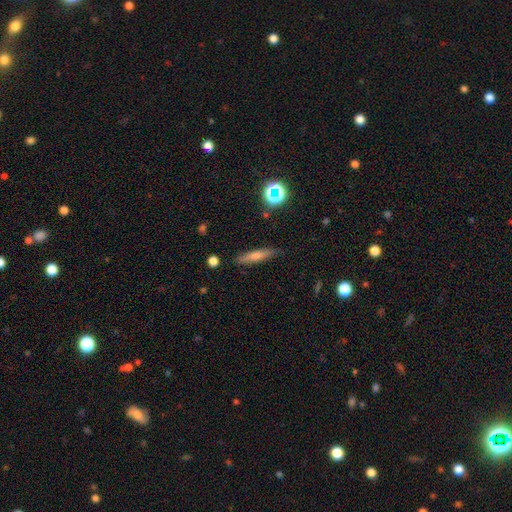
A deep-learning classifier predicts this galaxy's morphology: This is likely a smooth galaxy (67%). How rounded: clearly cigar-shaped (85%). Merging: clearly none (83%).